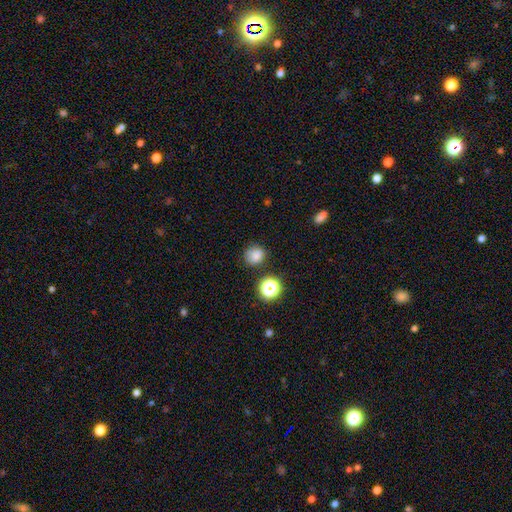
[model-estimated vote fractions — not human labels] This appears to be a smooth galaxy with no disk features (77%) that is round (76%). Merging: none (75%).